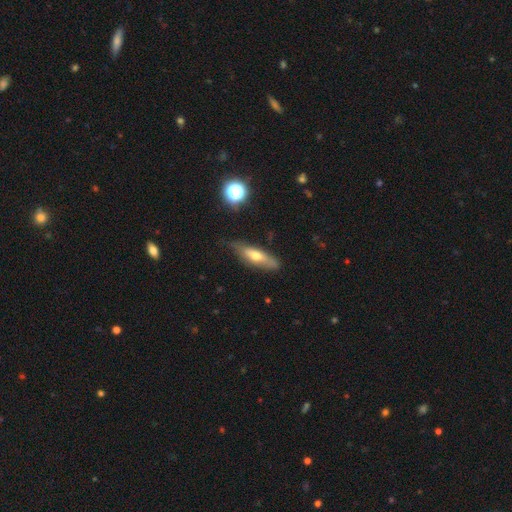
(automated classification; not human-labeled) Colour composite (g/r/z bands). It shows a smooth galaxy with no disk features (52%) that is cigar-shaped (59%). Merging: none (67%).